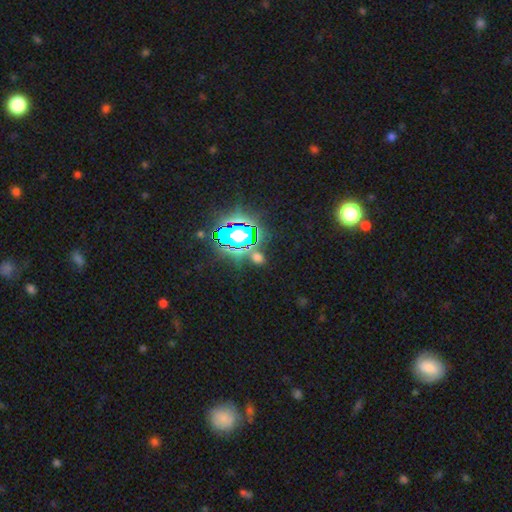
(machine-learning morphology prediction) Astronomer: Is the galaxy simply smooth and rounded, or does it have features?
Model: star or artifact — 68%.